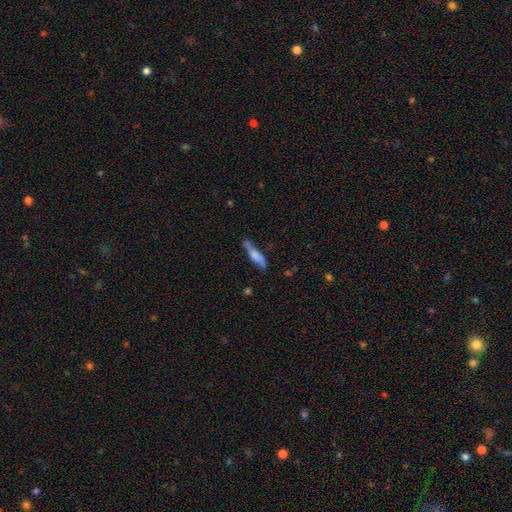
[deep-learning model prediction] Smooth or featured? smooth (56%)
How rounded? cigar-shaped (79%)
Merging? none (69%)